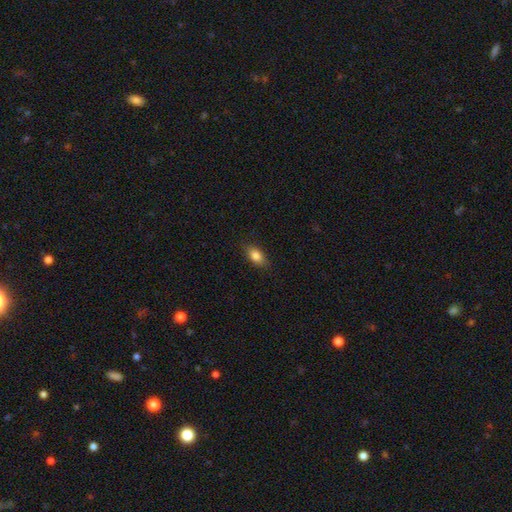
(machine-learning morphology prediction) smooth 83%, featured or disk 9%, star or artifact 8%. Down the decision tree: how rounded — in between (85%); merging — none (84%).